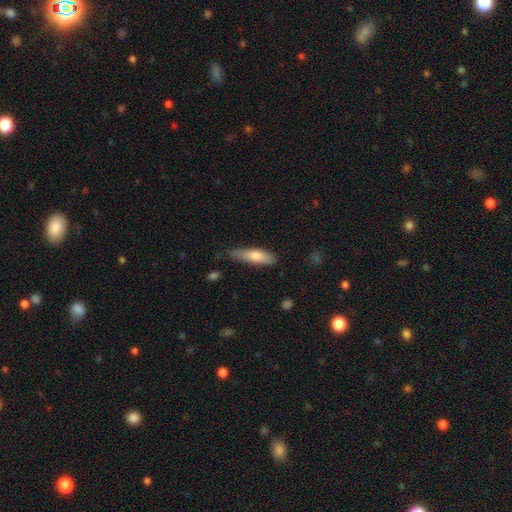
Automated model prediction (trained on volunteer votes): A smooth galaxy with no disk features (70%) that is cigar-shaped (60%). Merging: none (71%).